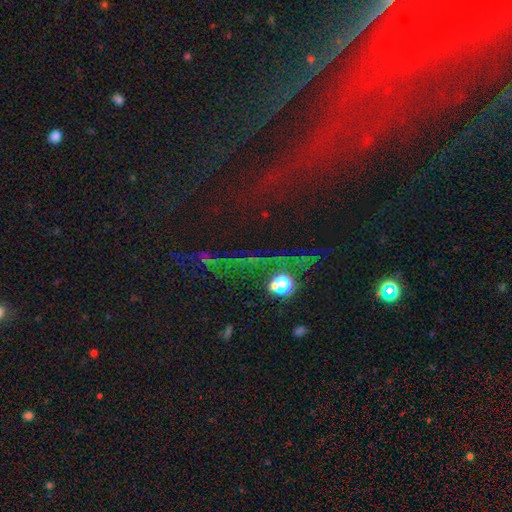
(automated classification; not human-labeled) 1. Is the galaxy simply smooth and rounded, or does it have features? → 69% star or artifact, 17% featured or disk, 14% smooth.